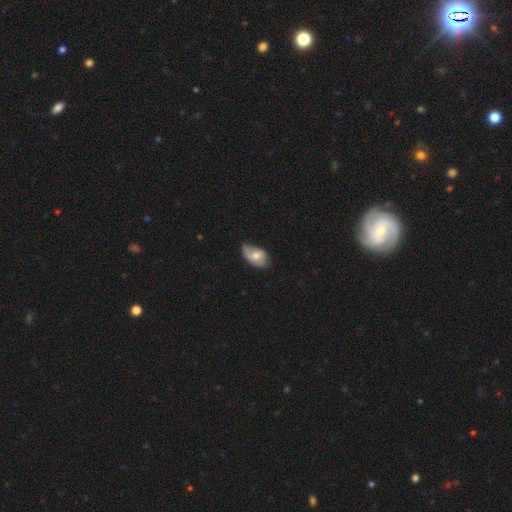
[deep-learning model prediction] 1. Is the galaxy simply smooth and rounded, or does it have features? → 54% smooth, 39% featured or disk, 7% star or artifact.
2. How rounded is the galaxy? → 90% in between, 9% round, 2% cigar-shaped.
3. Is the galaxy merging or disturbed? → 43% none (tied), 43% minor disturbance (tied), 11% major disturbance, 2% merger.